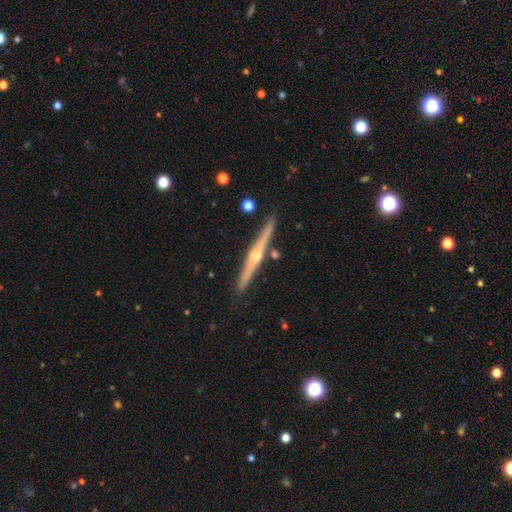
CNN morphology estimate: This is likely a featured or disk galaxy (77%). It is clearly viewed edge-on (98%). Edge-on bulge: clearly rounded (89%). Merging: clearly none (86%).